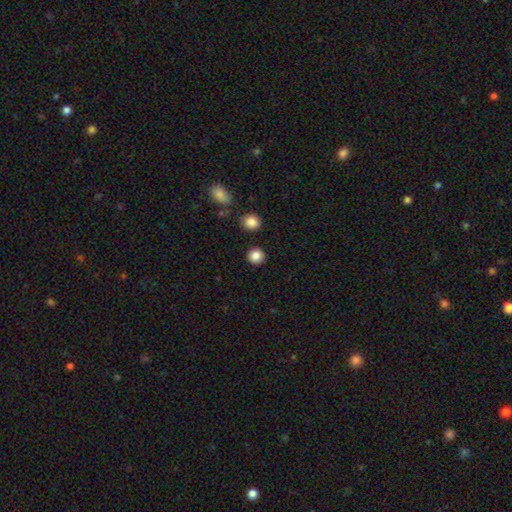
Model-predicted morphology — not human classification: This appears to be a smooth galaxy with no disk features (86%) that is round (93%). Merging: none (91%).